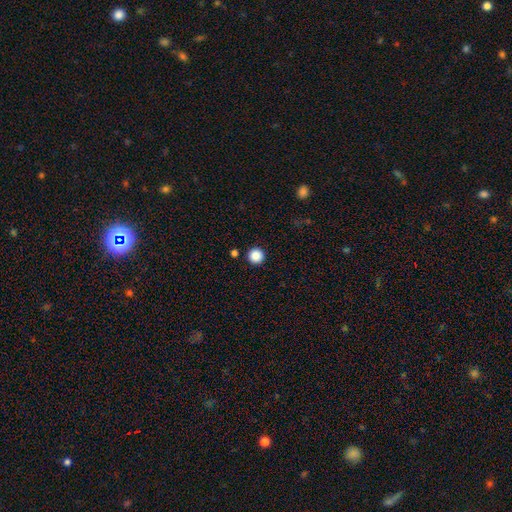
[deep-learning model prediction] smooth_or_featured: smooth (p=0.87) [alt: star or artifact p=0.10]
how_rounded: round (p=0.97) [alt: in between p=0.02]
merging: none (p=0.93) [alt: minor disturbance p=0.04]